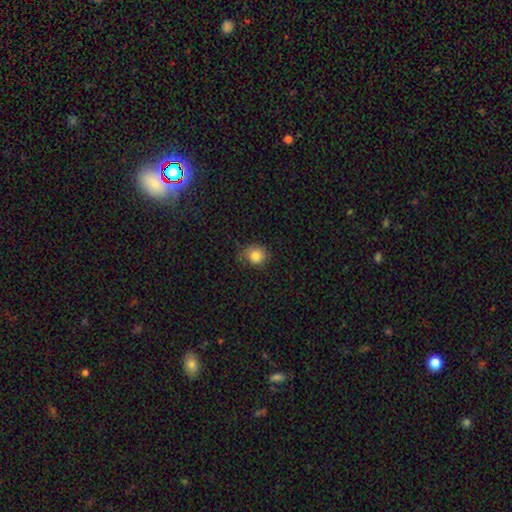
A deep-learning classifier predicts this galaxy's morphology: A smooth galaxy with no disk features (82%) that is round (81%). Merging: none (59%).